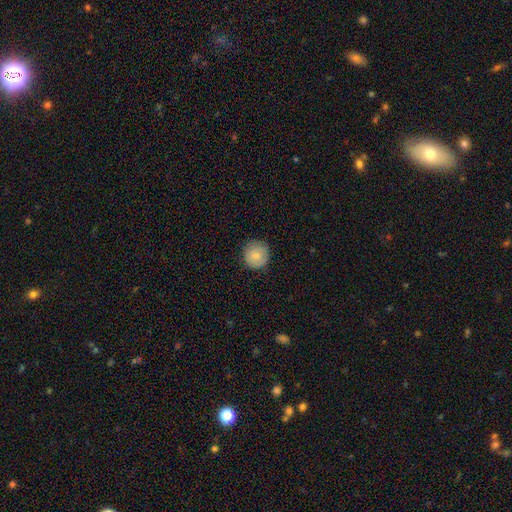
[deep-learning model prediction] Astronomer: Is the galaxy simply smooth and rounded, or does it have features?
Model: smooth — 77%.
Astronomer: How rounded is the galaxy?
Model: round — 93%.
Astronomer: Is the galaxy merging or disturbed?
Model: none — 84%.